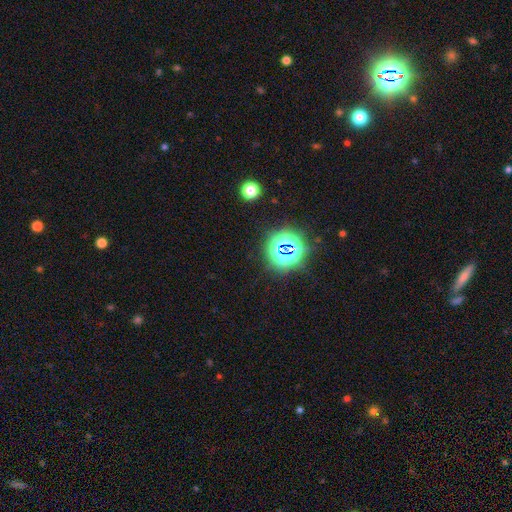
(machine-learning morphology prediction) Smooth or featured? Predicted: star or artifact (p=0.80).